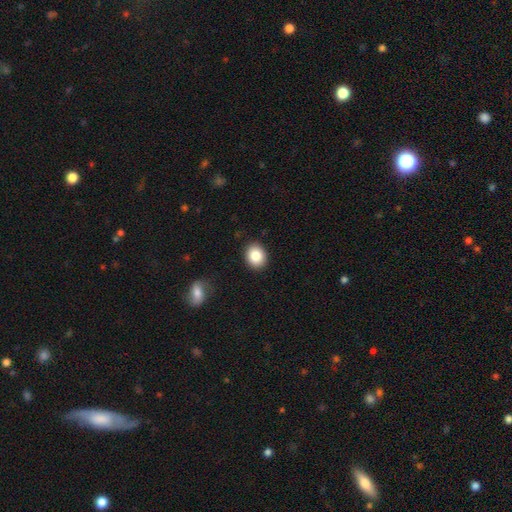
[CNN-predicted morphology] Smooth or featured?
  - smooth: 85% *
  - star or artifact: 9%
  - featured or disk: 7%
How rounded?
  - round: 56% *
  - in between: 43%
  - cigar-shaped: 1%
Merging?
  - none: 89% *
  - minor disturbance: 7%
  - major disturbance: 2%
  - merger: 1%